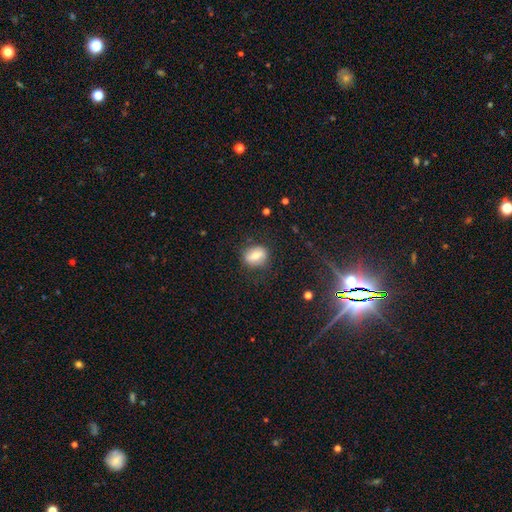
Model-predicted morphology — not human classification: This is likely a smooth galaxy (63%). How rounded: possibly round (50%). Merging: likely none (77%).